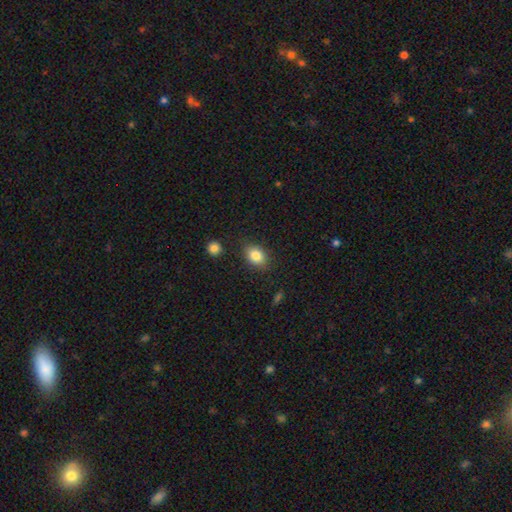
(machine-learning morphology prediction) The model was most divided on "how rounded": in between: 73%, round: 26%, cigar-shaped: 1%. More confident: smooth or featured — smooth (84%); merging — none (82%).